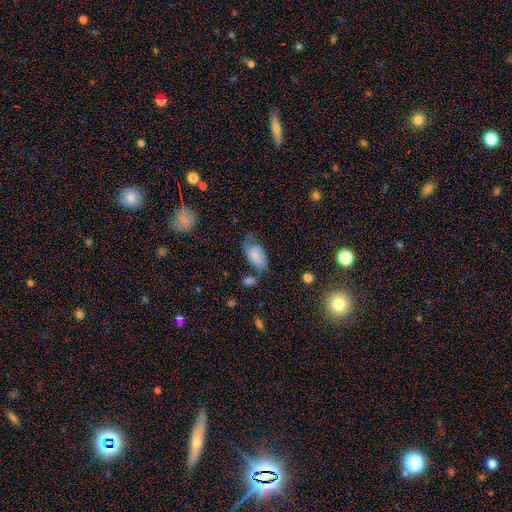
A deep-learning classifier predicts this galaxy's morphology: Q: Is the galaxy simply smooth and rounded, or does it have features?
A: smooth — 61%.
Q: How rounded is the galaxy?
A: in between — 92%.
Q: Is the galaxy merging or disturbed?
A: none — 33%, tied with minor disturbance.